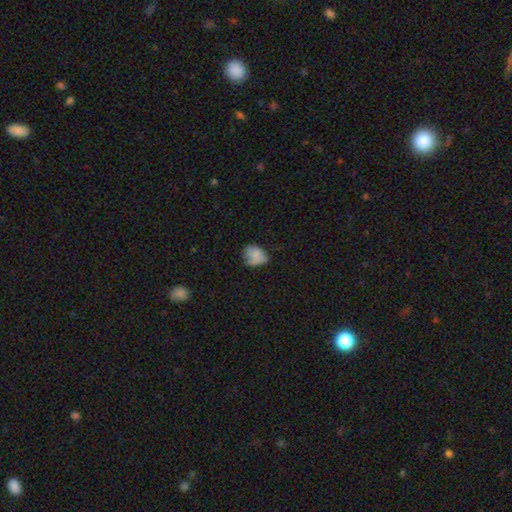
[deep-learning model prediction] Smooth or featured? smooth (73%)
How rounded? in between (51%)
Merging? none (46%)